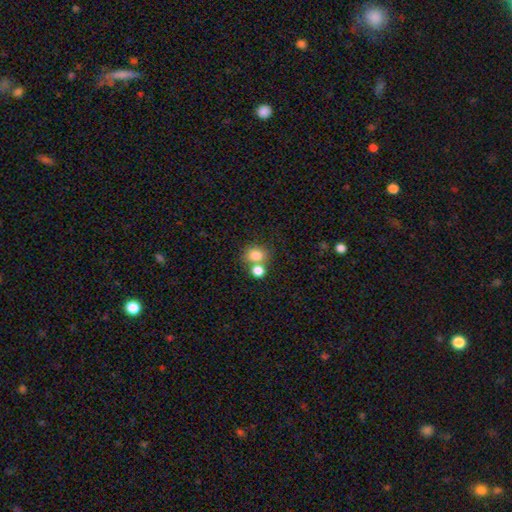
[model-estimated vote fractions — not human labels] This is clearly a smooth galaxy (80%). How rounded: likely round (66%). Merging: possibly none (50%).